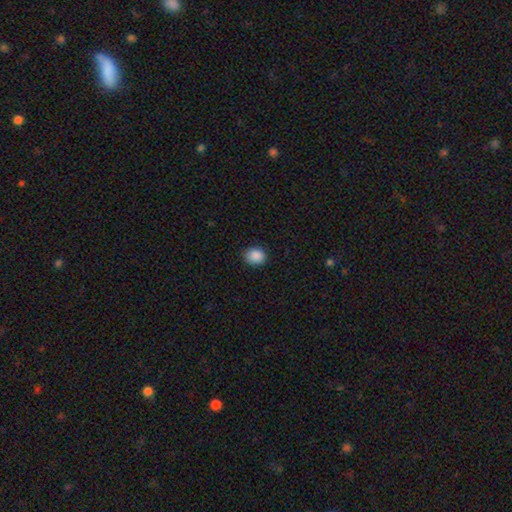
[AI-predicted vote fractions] smooth-or-featured: smooth: 89% | star or artifact: 9% | featured or disk: 3%
  how-rounded: round: 64% | in between: 35% | cigar-shaped: 1%
  merging: none: 86% | minor disturbance: 11% | major disturbance: 2% | merger: 1%